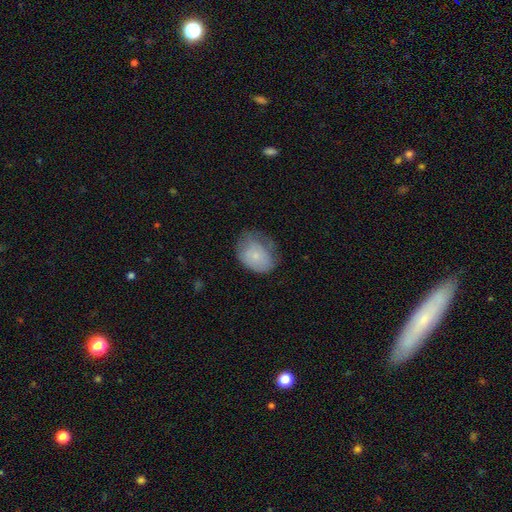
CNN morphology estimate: smooth-or-featured: smooth: 71% | featured or disk: 21% | star or artifact: 7%
  how-rounded: in between: 67% | round: 32% | cigar-shaped: 1%
  merging: none: 40% | minor disturbance: 38% | major disturbance: 20% | merger: 2%